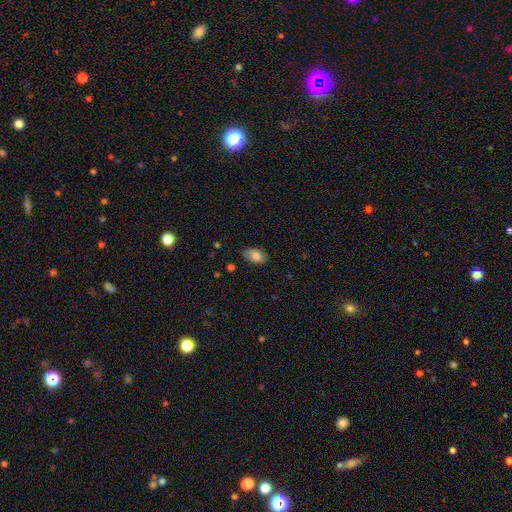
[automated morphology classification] Smooth or featured: smooth — 76% (featured or disk — 16%)
How rounded: in between — 93% (round — 5%)
Merging: none — 80% (minor disturbance — 16%)